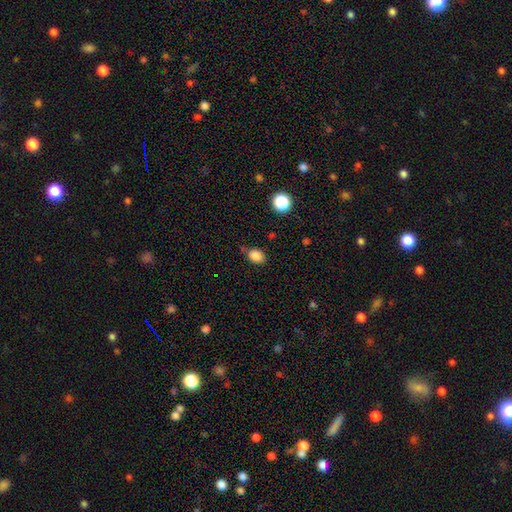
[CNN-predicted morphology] Smooth or featured: smooth — 85% (star or artifact — 11%)
How rounded: in between — 66% (round — 33%)
Merging: none — 73% (minor disturbance — 18%)